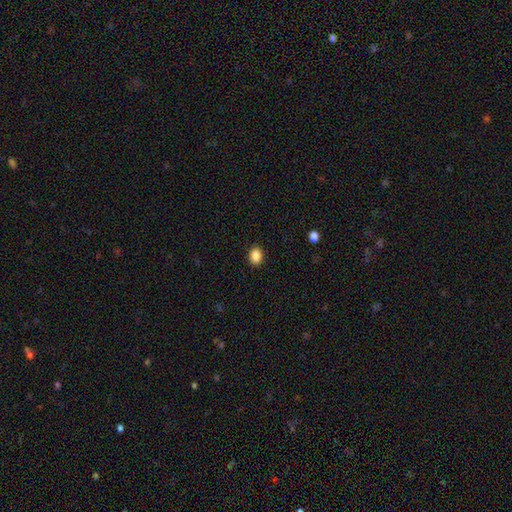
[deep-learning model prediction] Q: Smooth or featured?
A: smooth (88%); runner-up: star or artifact (9%)
Q: How rounded?
A: in between (57%); runner-up: round (42%)
Q: Merging?
A: none (90%); runner-up: minor disturbance (7%)